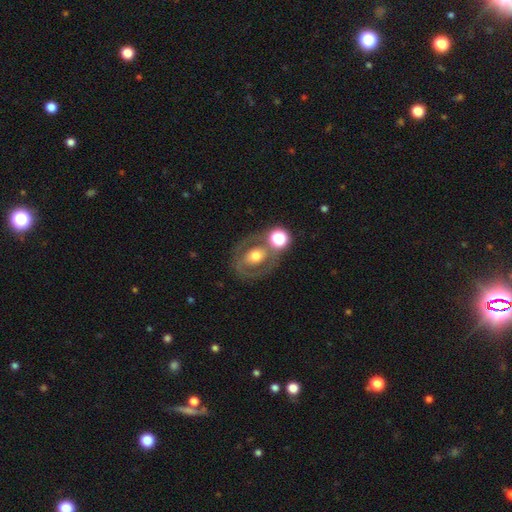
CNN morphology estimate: Q: Smooth or featured?
A: featured or disk (50%); runner-up: smooth (40%)
Q: Merging?
A: none (61%); runner-up: merger (19%)